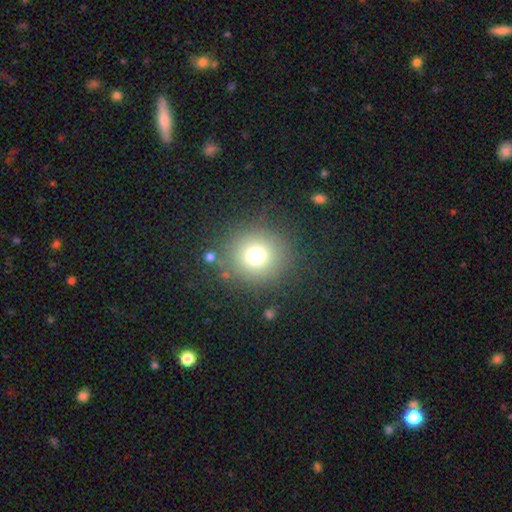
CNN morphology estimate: This is likely a smooth galaxy (73%). How rounded: clearly round (92%). Merging: clearly none (82%).